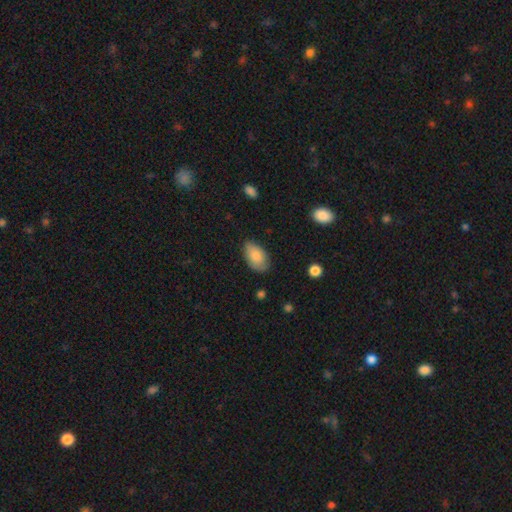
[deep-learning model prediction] Morphology: type=smooth (83%); roundness=in between (94%); merging=none (76%).